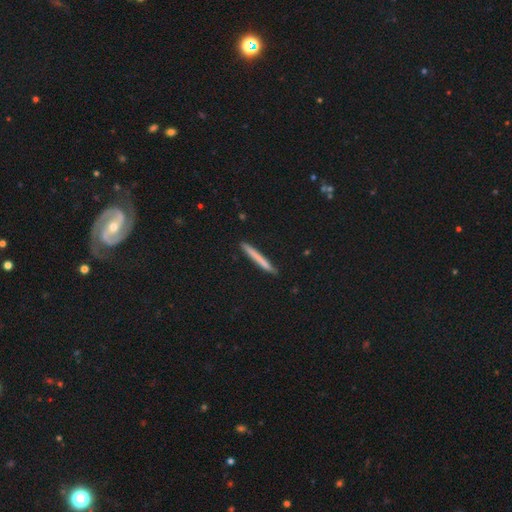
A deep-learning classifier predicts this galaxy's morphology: Smooth or featured: smooth — 69% (featured or disk — 25%)
How rounded: cigar-shaped — 97% (in between — 2%)
Merging: none — 91% (minor disturbance — 7%)